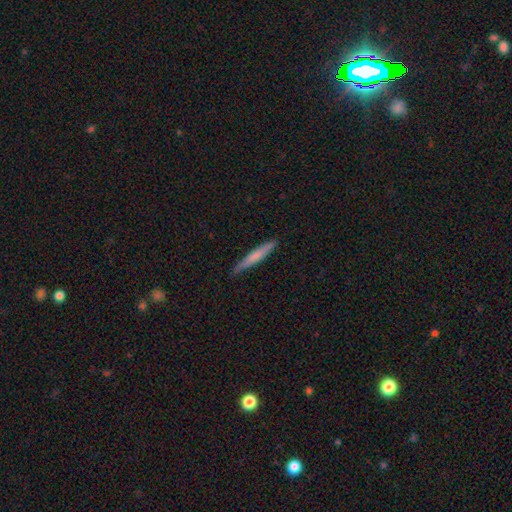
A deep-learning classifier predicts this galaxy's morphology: This is likely a smooth galaxy (63%). How rounded: clearly cigar-shaped (96%). Merging: clearly none (88%).